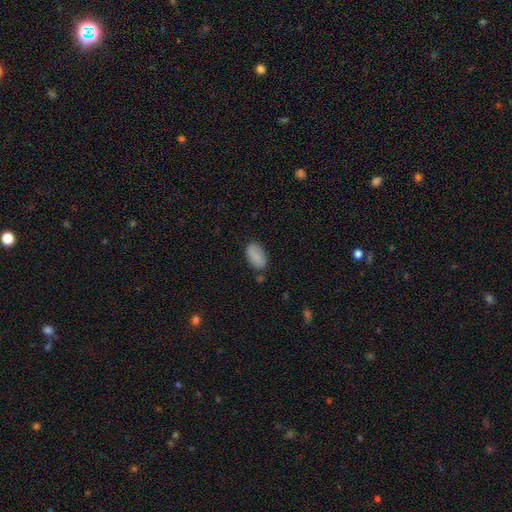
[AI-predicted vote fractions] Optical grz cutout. It shows a smooth galaxy with no disk features (85%) that is in between round and cigar-shaped (92%). Merging: none (76%).